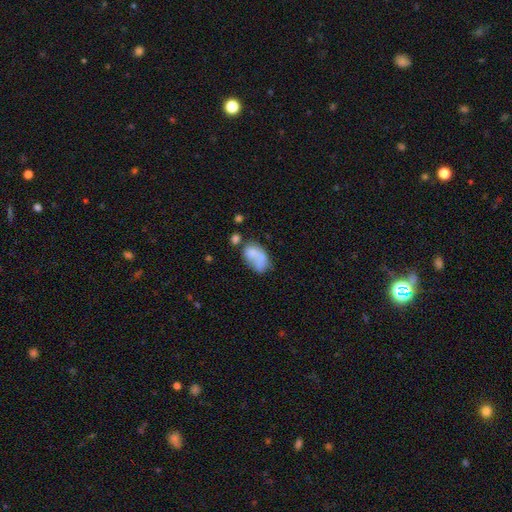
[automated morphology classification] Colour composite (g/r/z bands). It shows a smooth galaxy with no disk features (65%) that is in between round and cigar-shaped (88%). Merging: merger (34%).